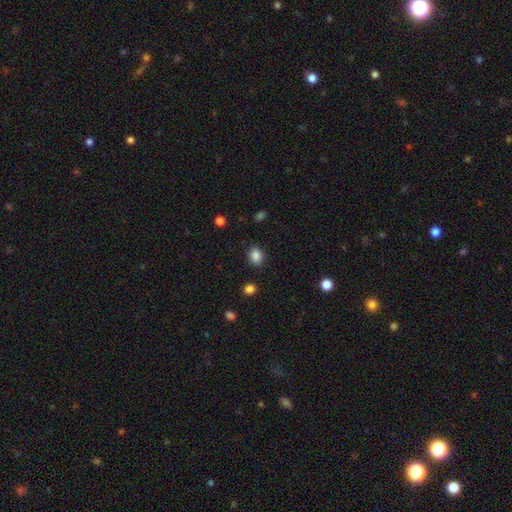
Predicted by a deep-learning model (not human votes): smooth 87%, star or artifact 10%, featured or disk 4%. Down the decision tree: how rounded — in between (61%); merging — none (87%).